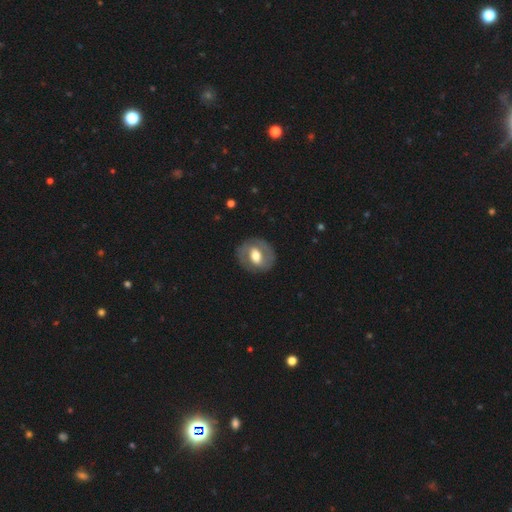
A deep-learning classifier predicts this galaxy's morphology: smooth_or_featured: featured or disk (p=0.53) [alt: smooth p=0.41]
disk_edge_on: no (p=0.95) [alt: yes p=0.05]
bar: weak (p=0.39) [alt: no p=0.38]
has_spiral_arms: no (p=0.58) [alt: yes p=0.42]
bulge_size: moderate (p=0.57) [alt: large p=0.33]
merging: none (p=0.81) [alt: minor disturbance p=0.12]